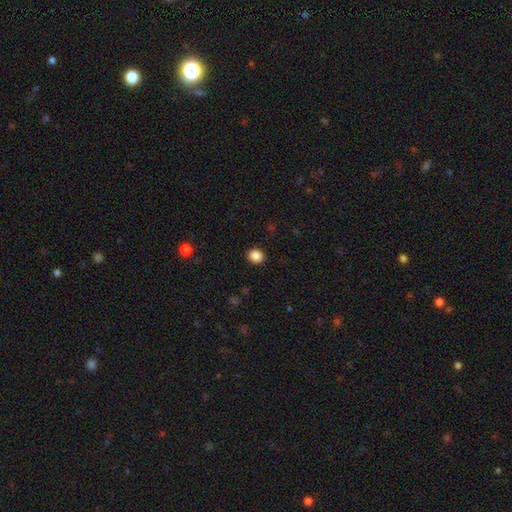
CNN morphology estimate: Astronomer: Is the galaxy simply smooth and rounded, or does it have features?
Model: smooth — 87%.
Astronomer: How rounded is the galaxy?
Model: round — 77%.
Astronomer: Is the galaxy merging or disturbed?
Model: none — 92%.